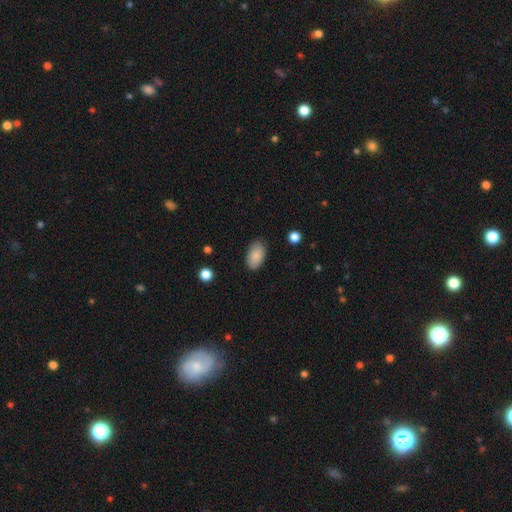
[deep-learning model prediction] smooth_or_featured: smooth (p=0.88) [alt: star or artifact p=0.07]
how_rounded: in between (p=0.93) [alt: round p=0.05]
merging: none (p=0.83) [alt: minor disturbance p=0.13]